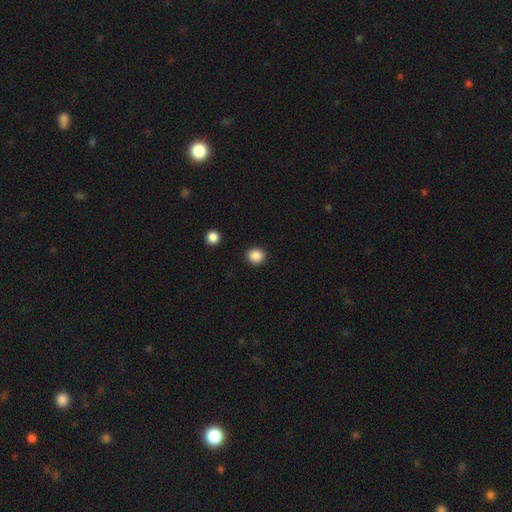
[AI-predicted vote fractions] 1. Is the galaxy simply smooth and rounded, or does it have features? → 88% smooth, 9% star or artifact, 3% featured or disk.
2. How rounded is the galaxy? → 85% round, 15% in between, 1% cigar-shaped.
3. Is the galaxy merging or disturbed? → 91% none, 6% minor disturbance, 2% major disturbance, 1% merger.